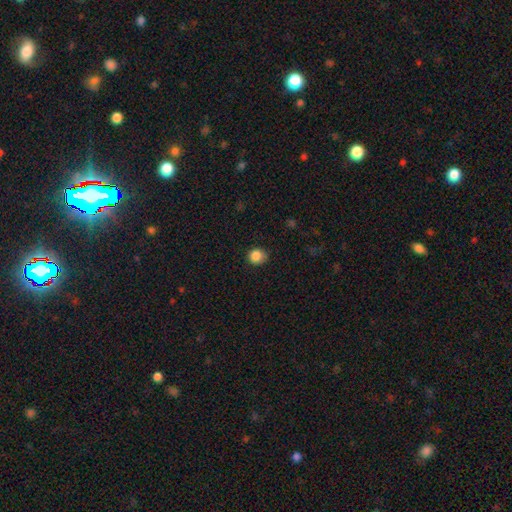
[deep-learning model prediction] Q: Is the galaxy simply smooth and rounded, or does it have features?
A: smooth — 86%.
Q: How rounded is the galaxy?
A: round — 85%.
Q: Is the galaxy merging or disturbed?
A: none — 78%.